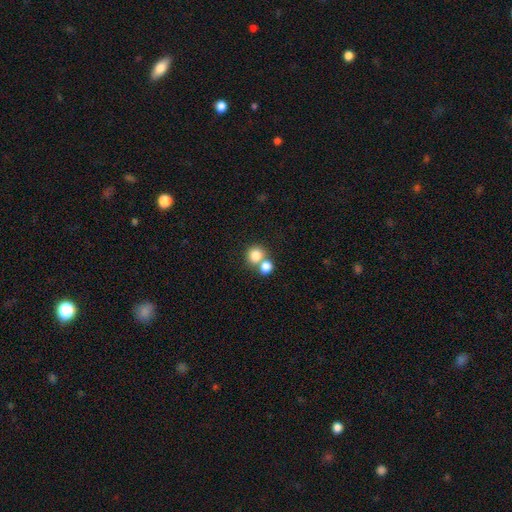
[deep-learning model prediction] Q: Smooth or featured?
A: smooth (81%); runner-up: star or artifact (10%)
Q: How rounded?
A: round (79%); runner-up: in between (20%)
Q: Merging?
A: merger (48%); runner-up: none (42%)